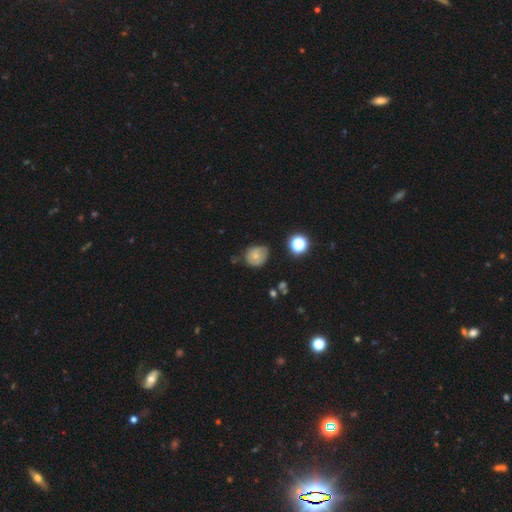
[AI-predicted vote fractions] smooth_or_featured: smooth (p=0.64) [alt: featured or disk p=0.23]
how_rounded: round (p=0.68) [alt: in between p=0.32]
merging: none (p=0.54) [alt: minor disturbance p=0.34]